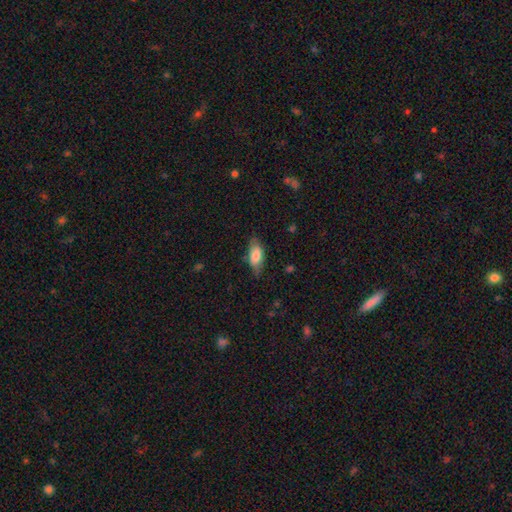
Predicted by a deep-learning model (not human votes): Q: Smooth or featured?
A: smooth (78%); runner-up: featured or disk (16%)
Q: How rounded?
A: in between (84%); runner-up: cigar-shaped (13%)
Q: Merging?
A: none (73%); runner-up: minor disturbance (21%)